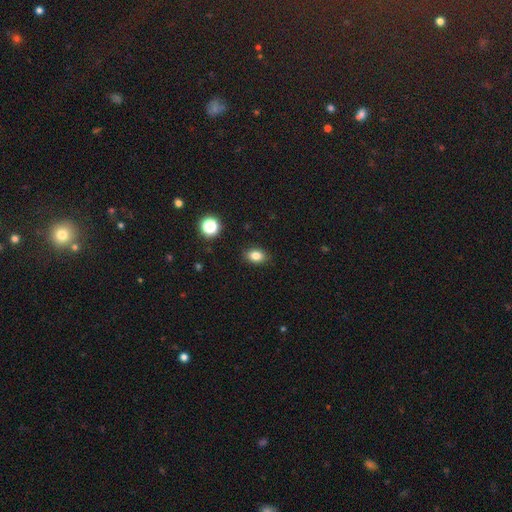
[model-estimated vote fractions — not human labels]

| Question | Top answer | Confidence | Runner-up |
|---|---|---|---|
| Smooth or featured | smooth | 82% | star or artifact (11%) |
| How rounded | in between | 76% | round (23%) |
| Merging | none | 88% | minor disturbance (8%) |